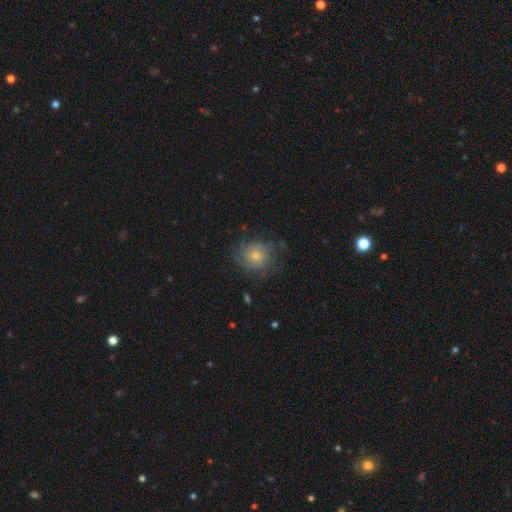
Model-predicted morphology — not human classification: smooth 53%, featured or disk 37%, star or artifact 10%. Down the decision tree: how rounded — round (83%); merging — none (65%).